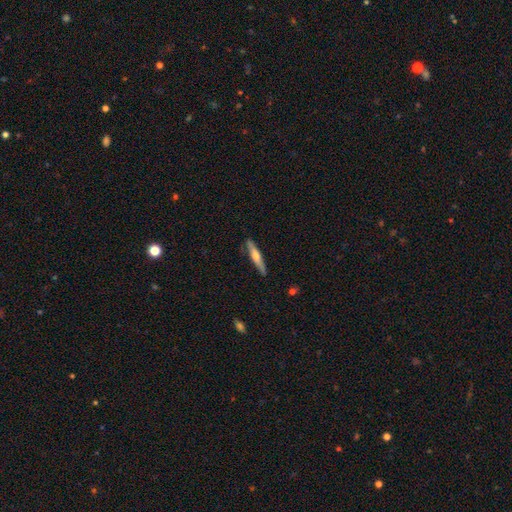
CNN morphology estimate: Smooth or featured?
  - featured or disk: 53% *
  - smooth: 42%
  - star or artifact: 6%
Edge-on disk?
  - yes: 94% *
  - no: 6%
Merging?
  - none: 85% *
  - minor disturbance: 11%
  - major disturbance: 2%
  - merger: 1%